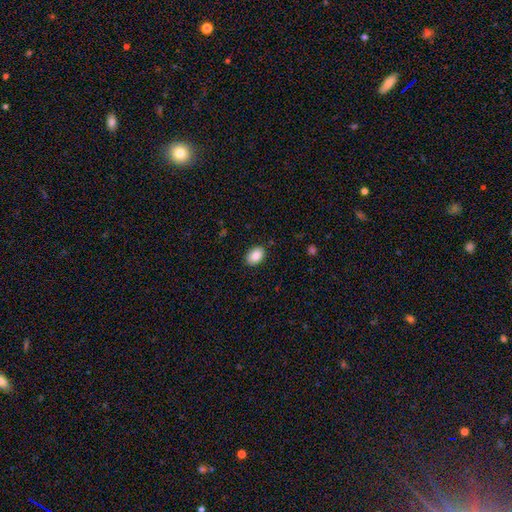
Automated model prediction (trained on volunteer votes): Morphology: type=smooth (89%); roundness=in between (85%); merging=none (88%).